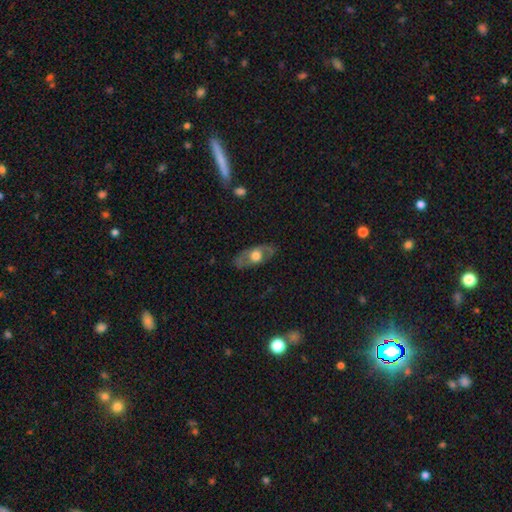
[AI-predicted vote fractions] smooth-or-featured: featured or disk: 57% | smooth: 37% | star or artifact: 6%
  disk-edge-on: no: 74% | yes: 26%
  merging: none: 77% | minor disturbance: 16% | major disturbance: 6% | merger: 1%